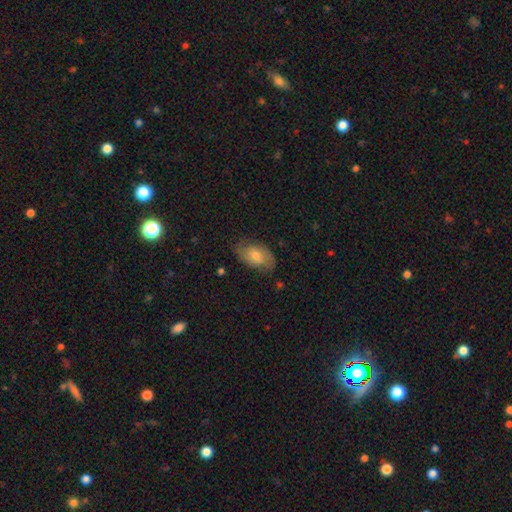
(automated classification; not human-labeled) Smooth or featured? Predicted: smooth (p=0.48). Merging? Predicted: none (p=0.76).